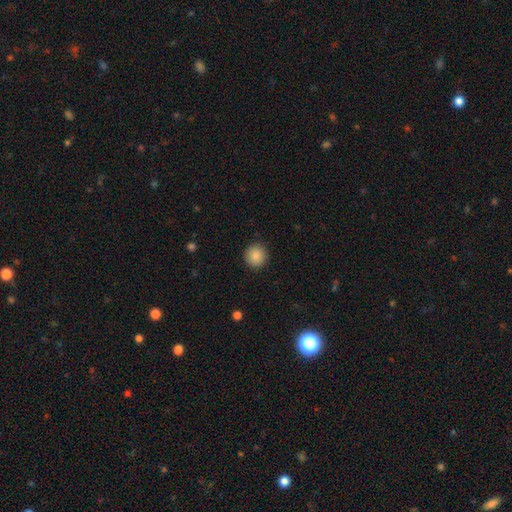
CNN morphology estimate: Q: Smooth or featured?
A: smooth (88%); runner-up: star or artifact (8%)
Q: How rounded?
A: round (94%); runner-up: in between (5%)
Q: Merging?
A: none (92%); runner-up: minor disturbance (6%)